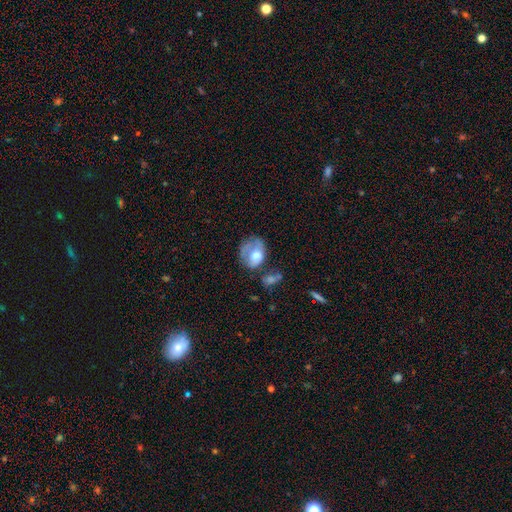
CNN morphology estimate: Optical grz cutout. It shows a smooth galaxy with no disk features (60%) that is in between round and cigar-shaped (57%). Merging: major disturbance (30%, tied with minor disturbance).